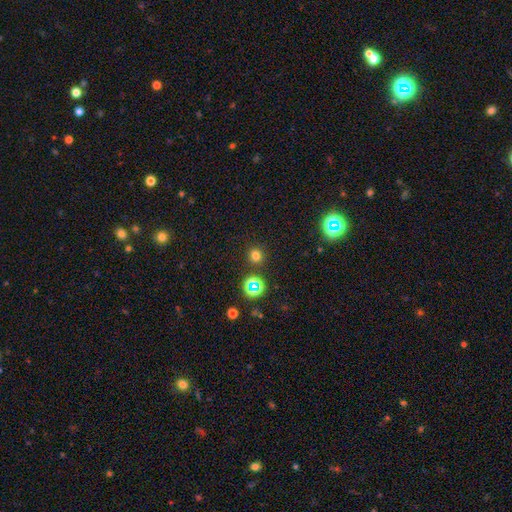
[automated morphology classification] smooth_or_featured: smooth (p=0.71) [alt: star or artifact p=0.23]
how_rounded: round (p=0.91) [alt: in between p=0.08]
merging: none (p=0.89) [alt: minor disturbance p=0.06]